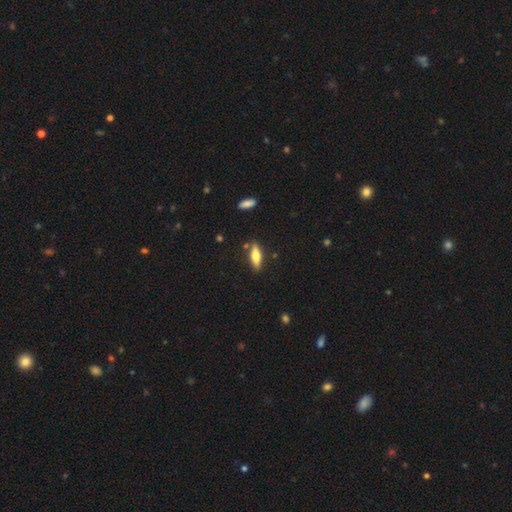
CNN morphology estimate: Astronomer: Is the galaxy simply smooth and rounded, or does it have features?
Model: smooth — 63%.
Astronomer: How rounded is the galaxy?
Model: cigar-shaped — 50% (runner-up: in between, 48%).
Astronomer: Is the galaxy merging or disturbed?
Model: none — 83%.